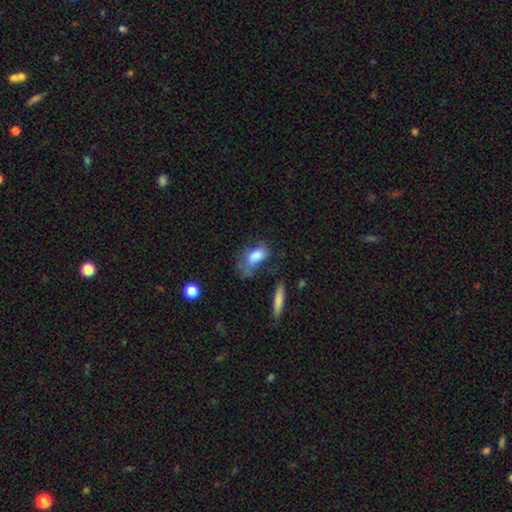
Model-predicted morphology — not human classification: This appears to be a smooth galaxy with no disk features (72%) that is in between round and cigar-shaped (84%). Merging: major disturbance (33%).